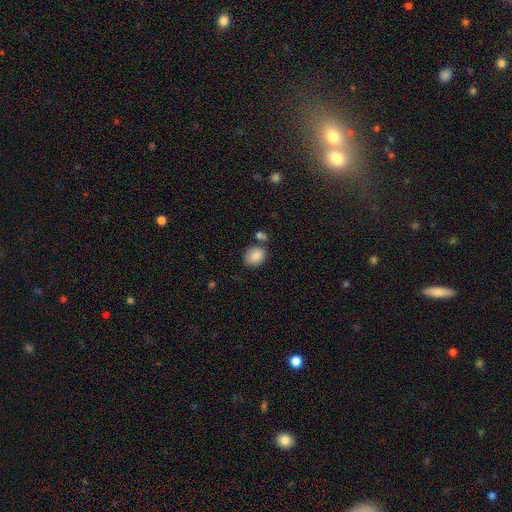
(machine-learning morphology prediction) A smooth galaxy with no disk features (86%) that is in between round and cigar-shaped (52%). Merging: none (66%).